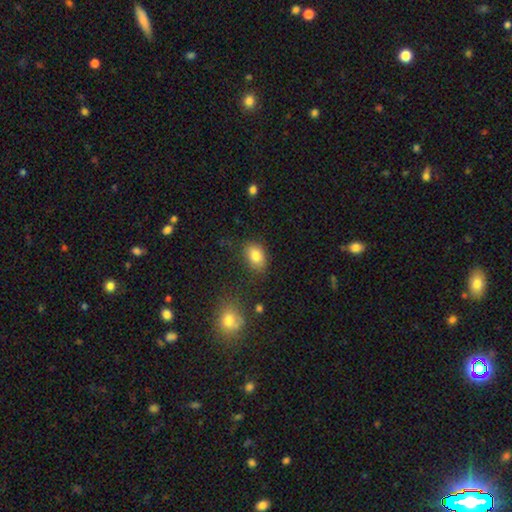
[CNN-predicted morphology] Q: Smooth or featured?
A: smooth (82%); runner-up: star or artifact (9%)
Q: How rounded?
A: in between (79%); runner-up: round (20%)
Q: Merging?
A: none (79%); runner-up: minor disturbance (15%)